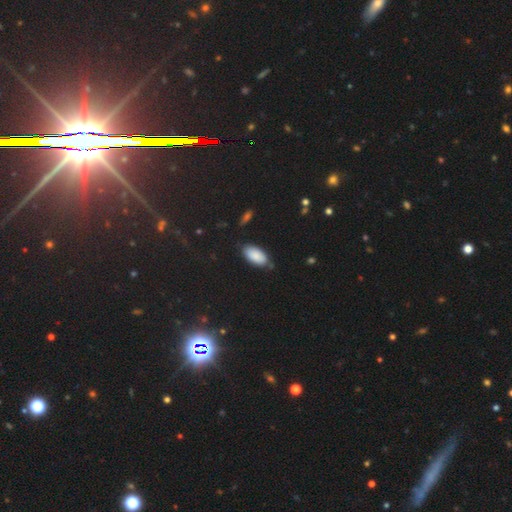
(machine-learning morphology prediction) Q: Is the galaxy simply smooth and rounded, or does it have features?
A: smooth — 87%.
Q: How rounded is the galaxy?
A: in between — 94%.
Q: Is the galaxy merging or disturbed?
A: none — 77%.